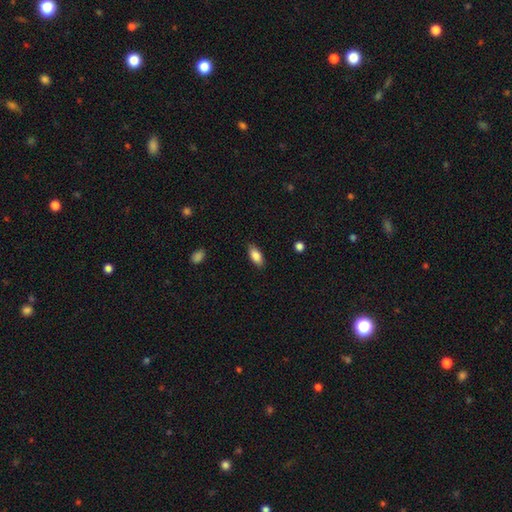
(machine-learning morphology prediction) smooth_or_featured: smooth (p=0.85) [alt: featured or disk p=0.08]
how_rounded: in between (p=0.88) [alt: cigar-shaped p=0.09]
merging: none (p=0.85) [alt: minor disturbance p=0.11]